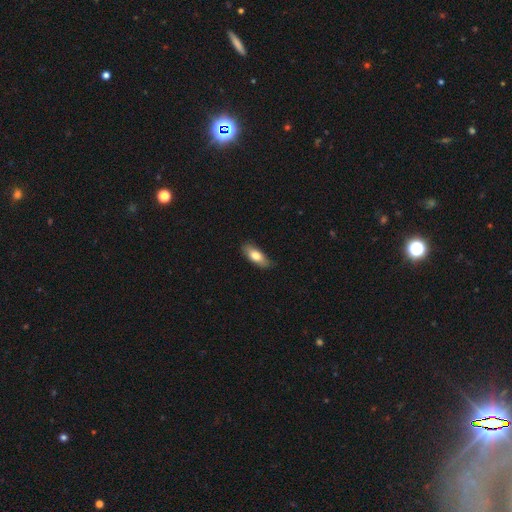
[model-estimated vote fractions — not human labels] smooth-or-featured: smooth: 76% | featured or disk: 18% | star or artifact: 6%
  how-rounded: in between: 79% | cigar-shaped: 18% | round: 3%
  merging: none: 80% | minor disturbance: 17% | major disturbance: 3% | merger: 1%